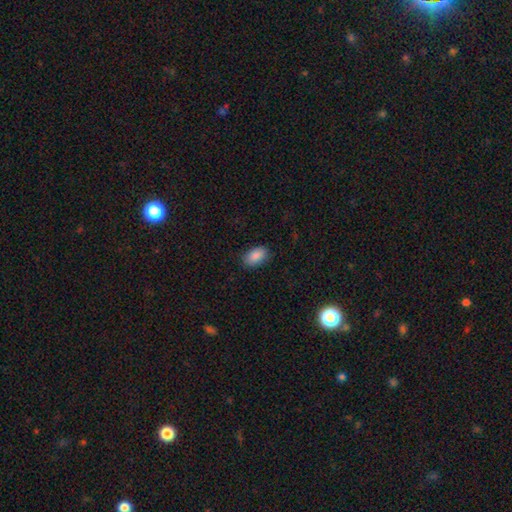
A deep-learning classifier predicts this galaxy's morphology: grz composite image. It shows a smooth galaxy with no disk features (88%) that is in between round and cigar-shaped (91%). Merging: none (86%).